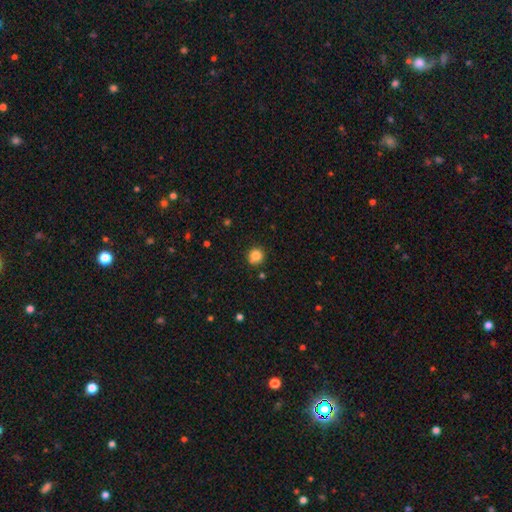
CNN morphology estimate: Smooth or featured: smooth — 84% (star or artifact — 11%)
How rounded: round — 91% (in between — 8%)
Merging: none — 84% (minor disturbance — 11%)